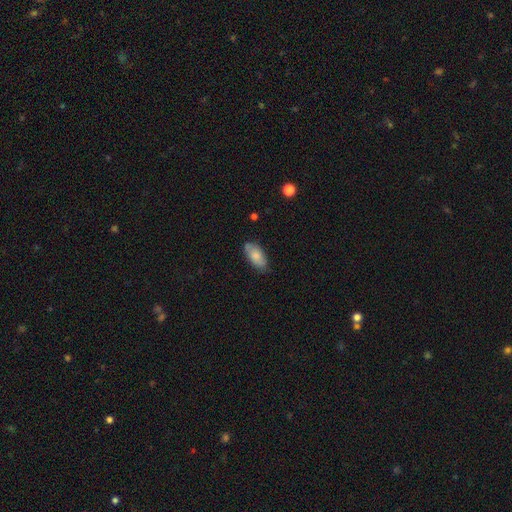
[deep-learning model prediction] The model was most divided on "merging": none: 75%, minor disturbance: 20%, major disturbance: 3%, merger: 2%. More confident: how rounded — in between (90%); smooth or featured — smooth (77%).